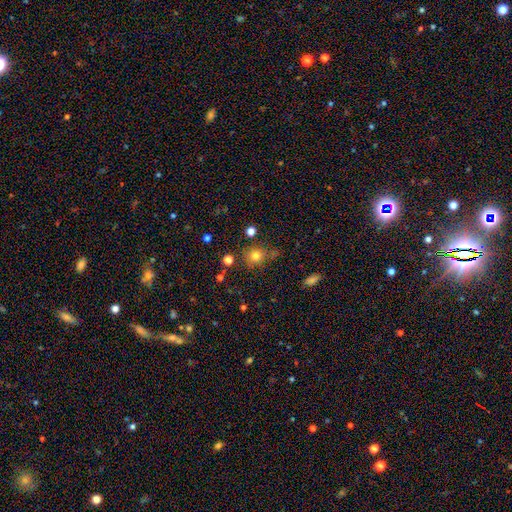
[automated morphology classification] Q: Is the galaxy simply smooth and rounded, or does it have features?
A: smooth — 76%.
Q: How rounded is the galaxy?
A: round — 83%.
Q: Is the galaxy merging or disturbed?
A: none — 72%.